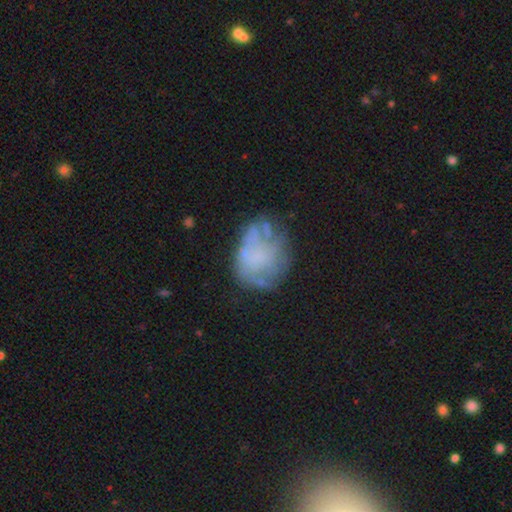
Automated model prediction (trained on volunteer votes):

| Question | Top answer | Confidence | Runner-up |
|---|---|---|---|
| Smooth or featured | featured or disk | 48% | smooth (40%) |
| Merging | none | 53% | minor disturbance (24%) |